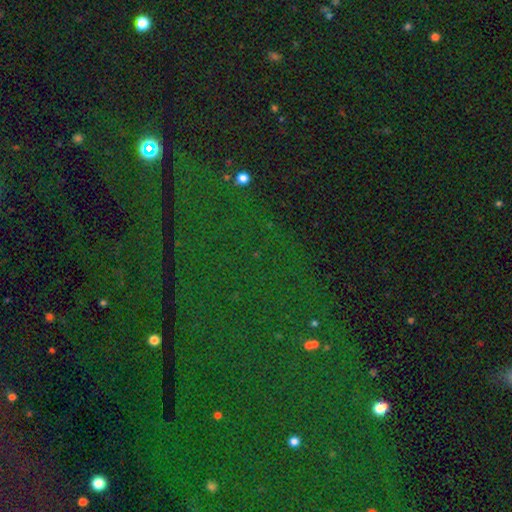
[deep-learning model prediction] This appears to be a star or artifact, not a galaxy (85%).